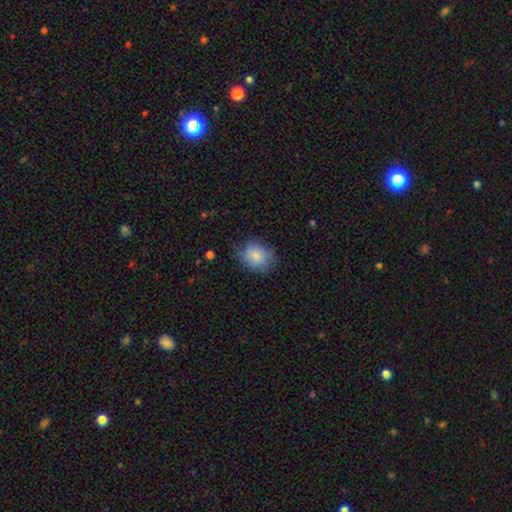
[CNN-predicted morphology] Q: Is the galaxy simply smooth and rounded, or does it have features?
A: smooth — 84%.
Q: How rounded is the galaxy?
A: round — 51%.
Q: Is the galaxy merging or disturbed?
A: none — 73%.